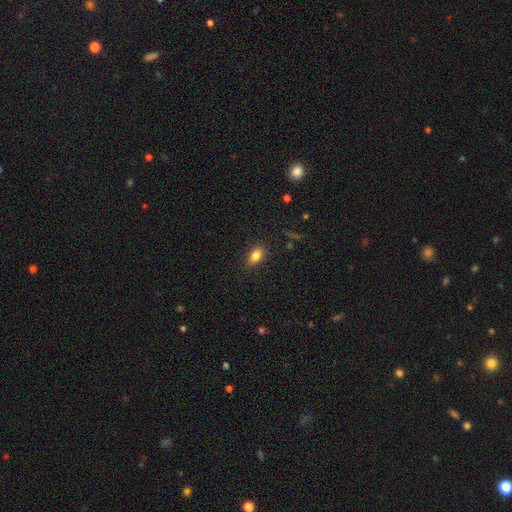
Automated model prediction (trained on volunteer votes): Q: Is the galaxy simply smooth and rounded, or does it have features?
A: smooth — 81%.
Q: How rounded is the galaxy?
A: in between — 84%.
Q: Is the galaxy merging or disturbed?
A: none — 86%.